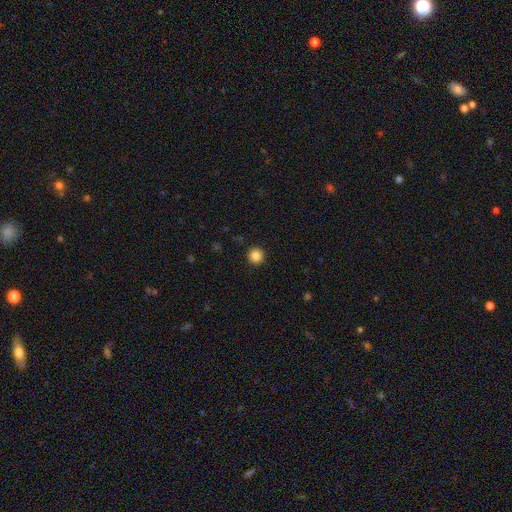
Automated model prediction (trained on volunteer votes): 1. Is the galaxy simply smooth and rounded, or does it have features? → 86% smooth, 11% star or artifact, 4% featured or disk.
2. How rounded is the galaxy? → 95% round, 4% in between, 1% cigar-shaped.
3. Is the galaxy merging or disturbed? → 93% none, 4% minor disturbance, 2% major disturbance, 1% merger.